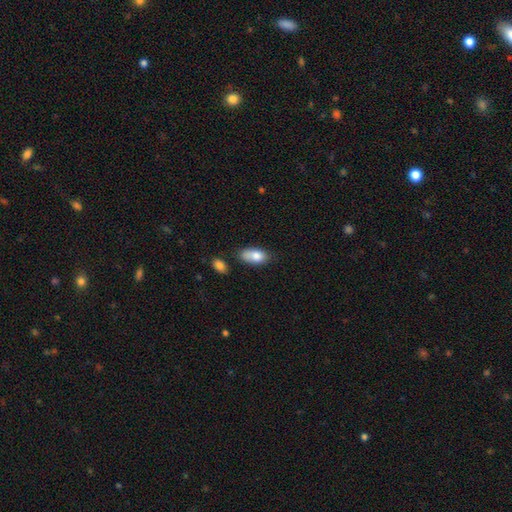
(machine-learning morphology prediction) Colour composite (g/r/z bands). It shows a smooth galaxy with no disk features (81%) that is in between round and cigar-shaped (89%). Merging: none (52%).